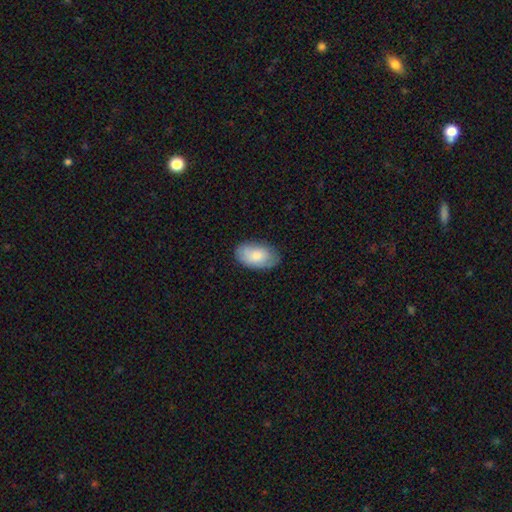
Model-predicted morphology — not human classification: smooth 78%, featured or disk 16%, star or artifact 6%. Down the decision tree: how rounded — in between (93%); merging — none (79%).